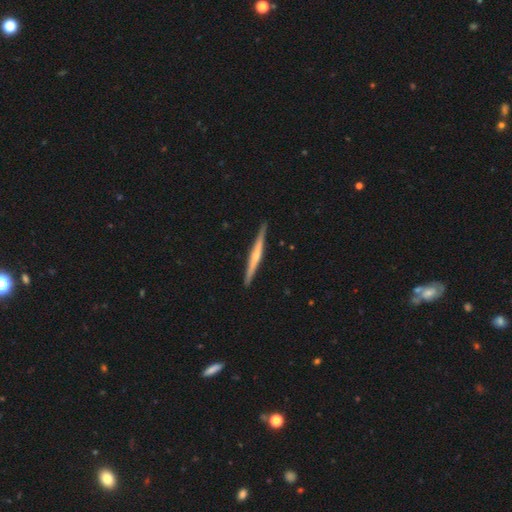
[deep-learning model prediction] Smooth or featured? Predicted: featured or disk (p=0.66). Edge-on disk? Predicted: yes (p=0.98). Edge-on bulge? Predicted: rounded (p=0.58). Merging? Predicted: none (p=0.91).